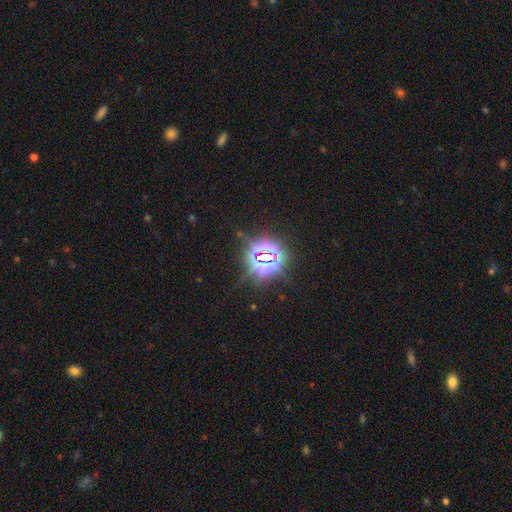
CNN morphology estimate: This is clearly a star or artifact rather than a galaxy (81%).